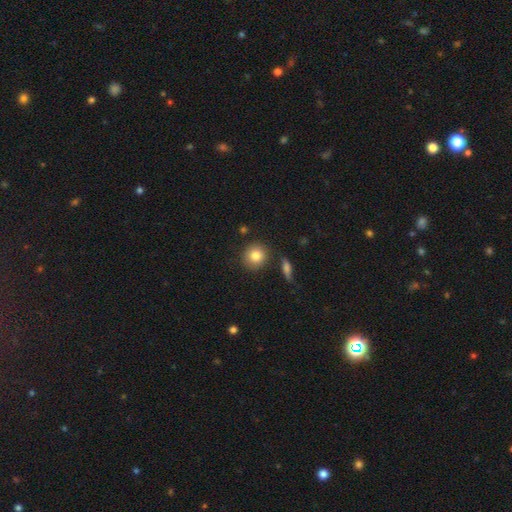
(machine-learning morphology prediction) A smooth galaxy with no disk features (83%) that is round (88%).

Vote fractions:
- Smooth or featured? smooth: 83% / star or artifact: 8% / featured or disk: 8%
- How rounded? round: 88% / in between: 11% / cigar-shaped: 1%
- Merging? none: 82% / minor disturbance: 10% / merger: 5% / major disturbance: 3%